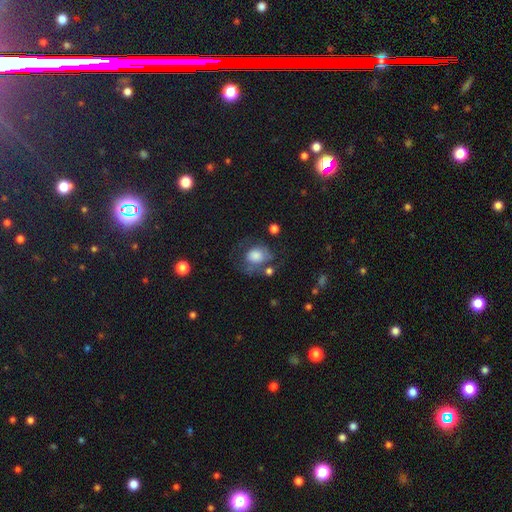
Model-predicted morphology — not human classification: This appears to be a smooth galaxy with no disk features (61%) that is in between round and cigar-shaped (50%). Merging: none (38%).